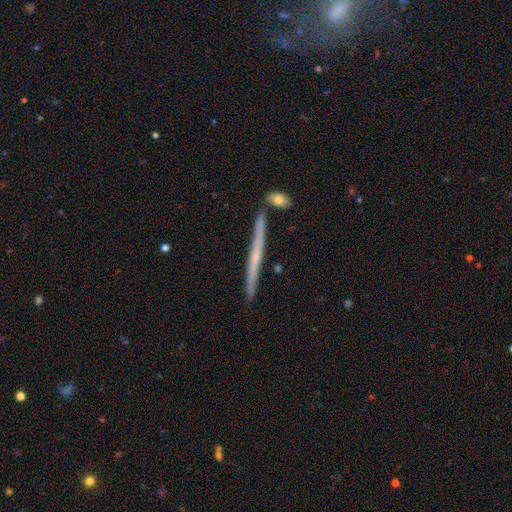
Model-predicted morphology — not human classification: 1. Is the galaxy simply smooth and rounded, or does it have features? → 63% featured or disk, 30% smooth, 6% star or artifact.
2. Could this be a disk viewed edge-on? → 97% yes, 3% no.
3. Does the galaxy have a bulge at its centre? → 67% none, 28% rounded, 5% boxy.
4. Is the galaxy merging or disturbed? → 85% none, 8% minor disturbance, 6% merger, 2% major disturbance.